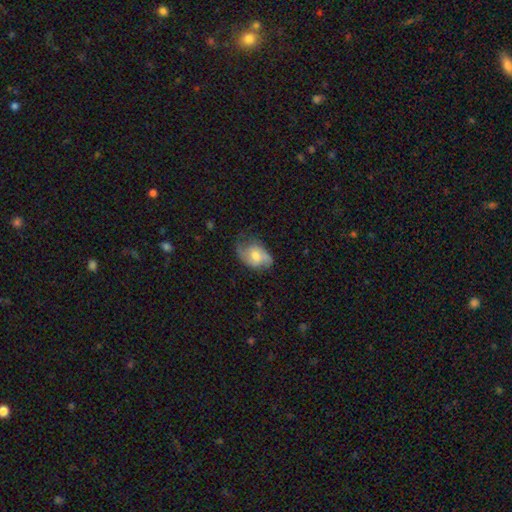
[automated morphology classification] This is possibly a featured or disk galaxy (54%). It is clearly not viewed edge-on (96%). Bar: possibly no (58%). Spiral arm pattern: clearly yes (84%). Central bulge: possibly moderate (56%). Merging: possibly none (52%).